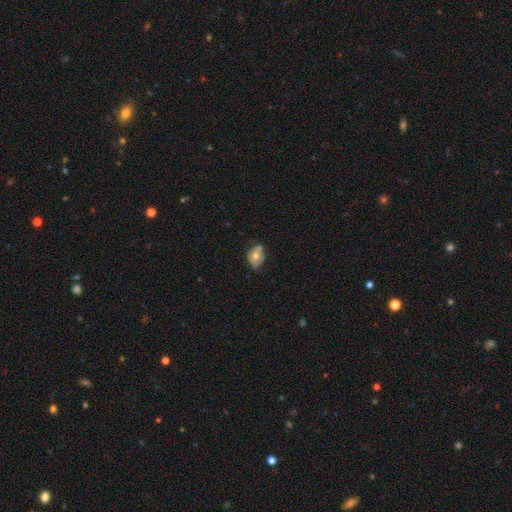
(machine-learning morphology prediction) smooth_or_featured: smooth (p=0.57) [alt: featured or disk p=0.34]
how_rounded: in between (p=0.74) [alt: round p=0.25]
merging: none (p=0.51) [alt: minor disturbance p=0.36]